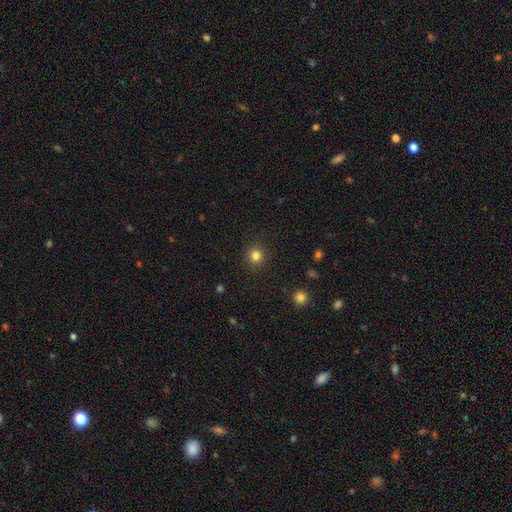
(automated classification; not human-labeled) smooth_or_featured: smooth (p=0.82) [alt: star or artifact p=0.13]
how_rounded: round (p=0.92) [alt: in between p=0.07]
merging: none (p=0.91) [alt: minor disturbance p=0.06]